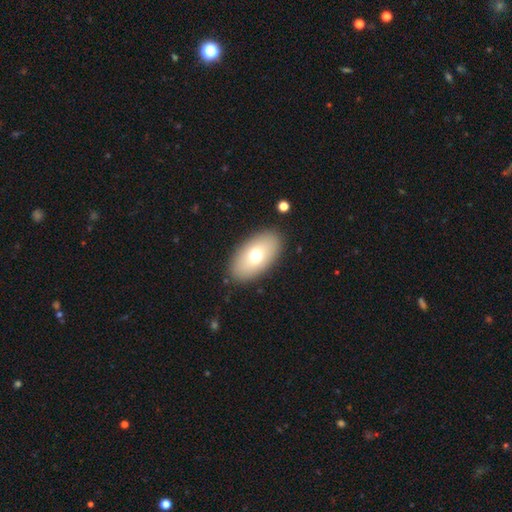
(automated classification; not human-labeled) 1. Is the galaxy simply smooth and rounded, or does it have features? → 68% smooth, 24% featured or disk, 8% star or artifact.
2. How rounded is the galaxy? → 93% in between, 5% round, 2% cigar-shaped.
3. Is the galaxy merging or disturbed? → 87% none, 8% minor disturbance, 3% major disturbance, 1% merger.